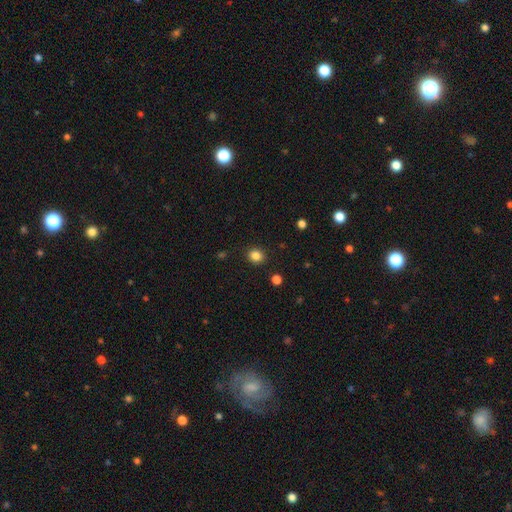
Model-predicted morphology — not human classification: Smooth or featured? smooth (84%)
How rounded? round (76%)
Merging? none (90%)